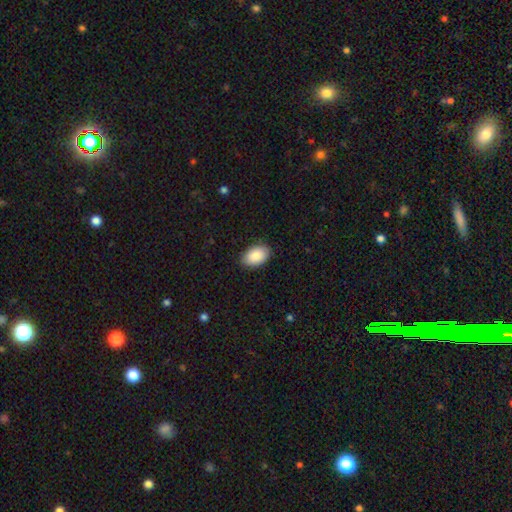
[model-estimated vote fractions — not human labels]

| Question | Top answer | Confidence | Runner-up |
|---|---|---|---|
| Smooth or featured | smooth | 88% | star or artifact (6%) |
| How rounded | in between | 92% | round (7%) |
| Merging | none | 87% | minor disturbance (10%) |